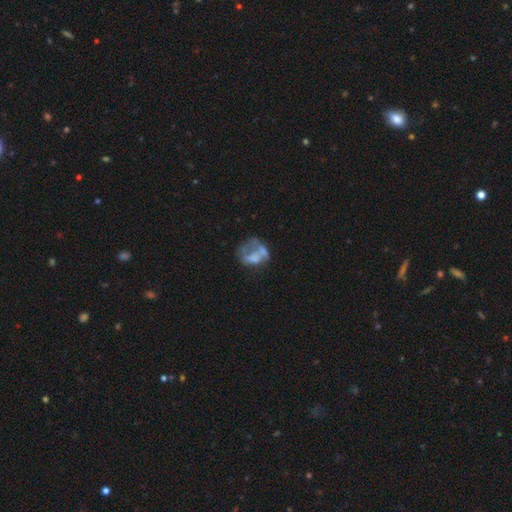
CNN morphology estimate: A featured or disk galaxy (48%).

Vote fractions:
- Smooth or featured? featured or disk: 48% / smooth: 40% / star or artifact: 12%
- Merging? major disturbance: 33% / merger: 26% / none: 25% / minor disturbance: 16%